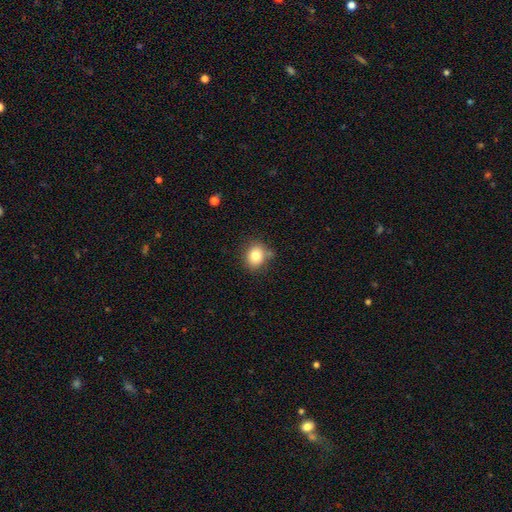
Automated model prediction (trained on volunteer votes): The model was most divided on "how rounded": round: 62%, in between: 37%, cigar-shaped: 1%. More confident: smooth or featured — smooth (81%); merging — none (75%).